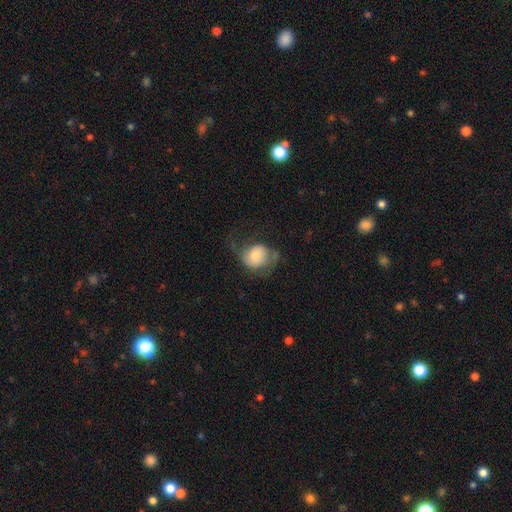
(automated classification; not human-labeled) The model was most divided on "smooth or featured": smooth: 47%, featured or disk: 45%, star or artifact: 8%. Remaining: merging — none (42%).